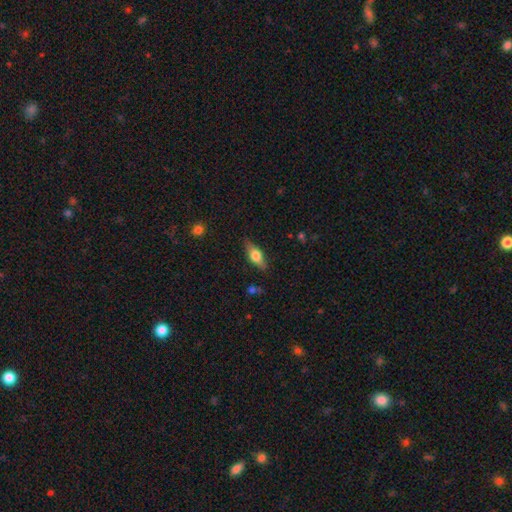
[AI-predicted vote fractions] This is possibly a smooth galaxy (57%). How rounded: likely in between (68%). Merging: clearly none (83%).